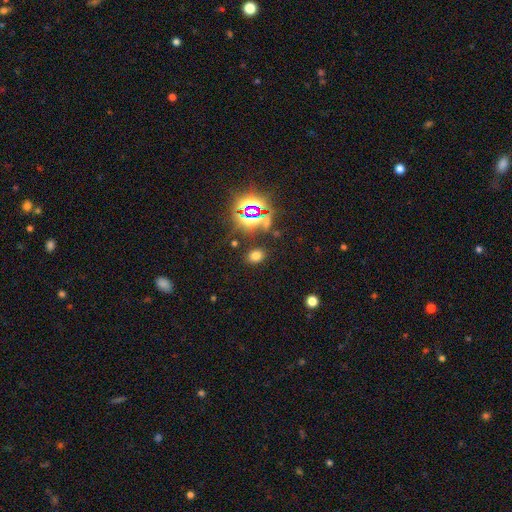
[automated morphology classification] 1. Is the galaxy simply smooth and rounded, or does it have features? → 65% smooth, 28% star or artifact, 7% featured or disk.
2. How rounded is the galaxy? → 62% in between, 37% round, 1% cigar-shaped.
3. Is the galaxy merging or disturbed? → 85% none, 8% minor disturbance, 3% major disturbance, 3% merger.